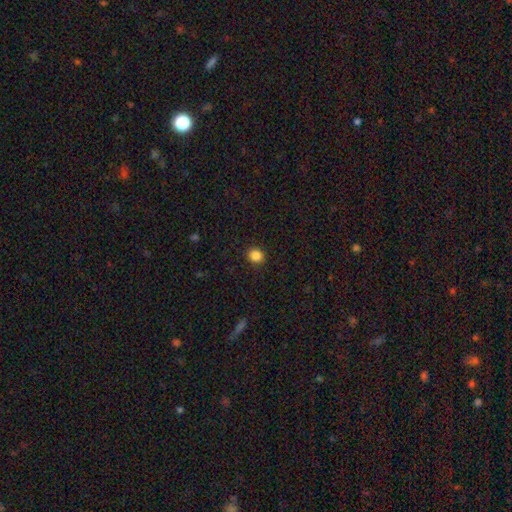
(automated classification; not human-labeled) Smooth or featured: smooth — 86% (star or artifact — 10%)
How rounded: round — 76% (in between — 23%)
Merging: none — 91% (minor disturbance — 6%)